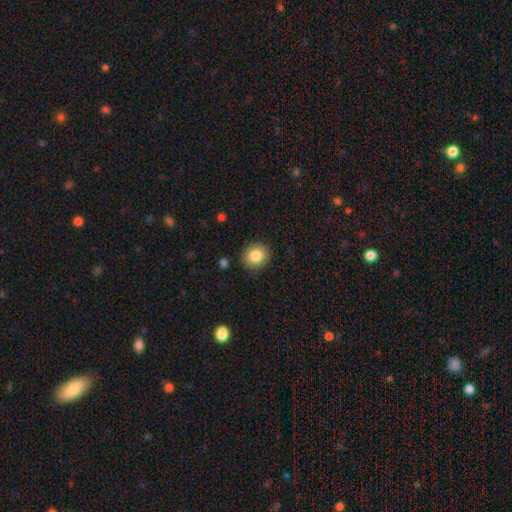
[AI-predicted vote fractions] Smooth or featured: smooth — 84% (star or artifact — 9%)
How rounded: round — 81% (in between — 18%)
Merging: none — 89% (minor disturbance — 7%)